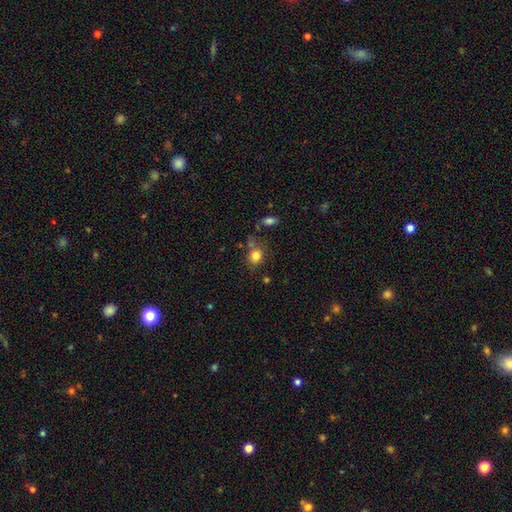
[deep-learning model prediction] Q: Smooth or featured?
A: smooth (81%); runner-up: star or artifact (11%)
Q: How rounded?
A: round (55%); runner-up: in between (44%)
Q: Merging?
A: none (64%); runner-up: minor disturbance (18%)